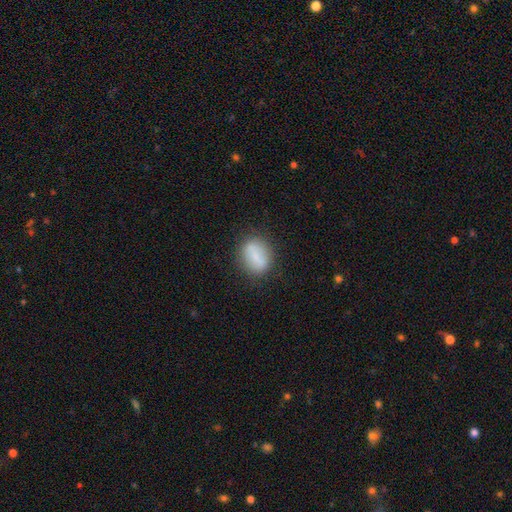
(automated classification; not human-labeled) smooth-or-featured: smooth: 72% | featured or disk: 20% | star or artifact: 8%
  how-rounded: in between: 55% | round: 42% | cigar-shaped: 3%
  merging: none: 80% | minor disturbance: 13% | major disturbance: 4% | merger: 3%